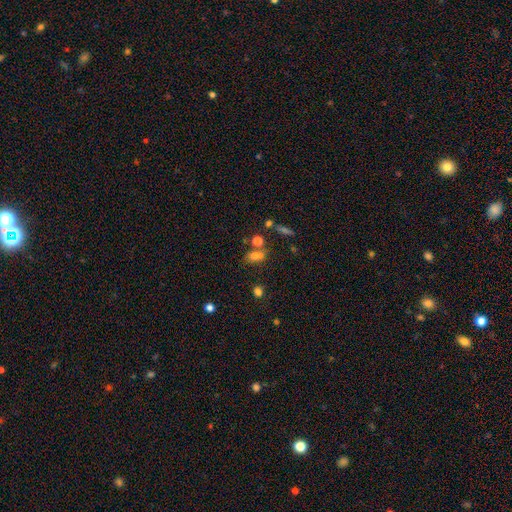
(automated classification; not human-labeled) Q: Smooth or featured?
A: smooth (71%); runner-up: star or artifact (16%)
Q: How rounded?
A: in between (74%); runner-up: round (18%)
Q: Merging?
A: none (54%); runner-up: merger (23%)